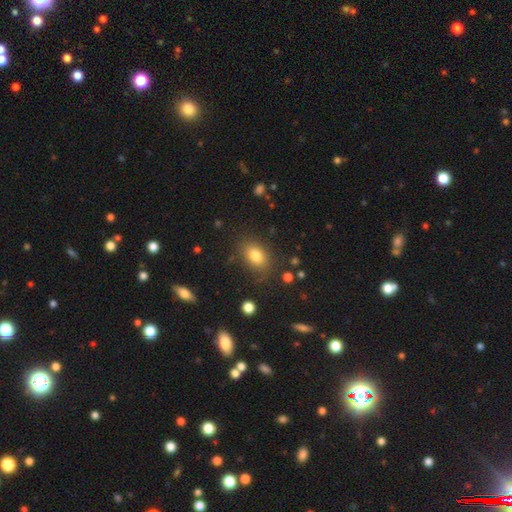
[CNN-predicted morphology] smooth_or_featured: smooth (p=0.80) [alt: star or artifact p=0.11]
how_rounded: in between (p=0.76) [alt: round p=0.22]
merging: none (p=0.80) [alt: minor disturbance p=0.13]